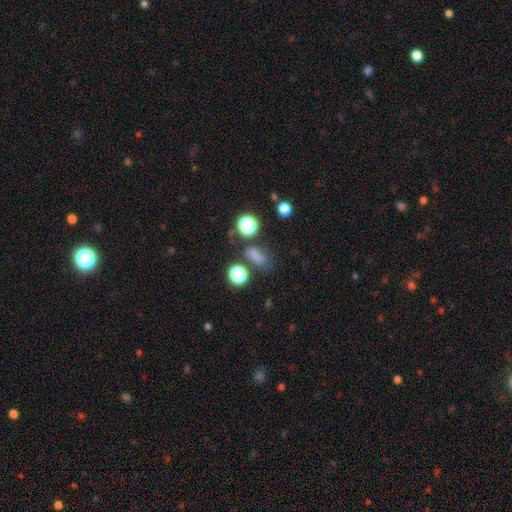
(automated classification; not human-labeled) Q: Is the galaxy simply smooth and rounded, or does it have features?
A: smooth — 68%.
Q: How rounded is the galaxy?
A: in between — 67%.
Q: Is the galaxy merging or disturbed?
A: none — 61%.